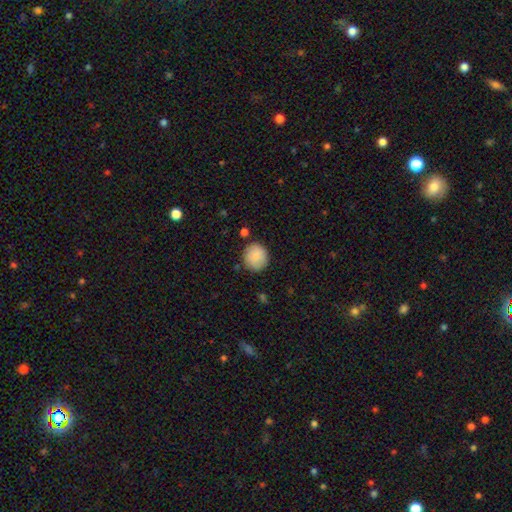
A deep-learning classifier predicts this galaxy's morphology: smooth-or-featured: smooth: 87% | star or artifact: 7% | featured or disk: 6%
  how-rounded: round: 87% | in between: 12% | cigar-shaped: 1%
  merging: none: 82% | minor disturbance: 12% | major disturbance: 3% | merger: 2%